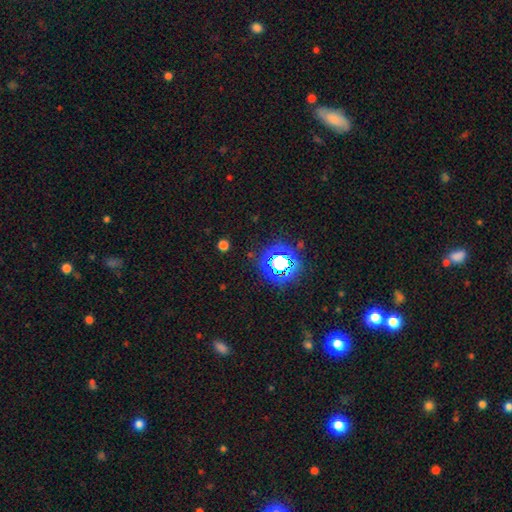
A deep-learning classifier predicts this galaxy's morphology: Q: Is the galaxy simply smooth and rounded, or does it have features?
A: star or artifact — 72%.